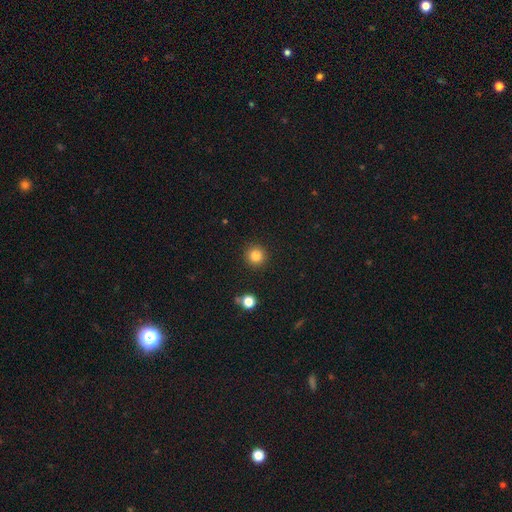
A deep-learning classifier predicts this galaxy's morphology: type=smooth (83%); roundness=round (95%); merging=none (91%).